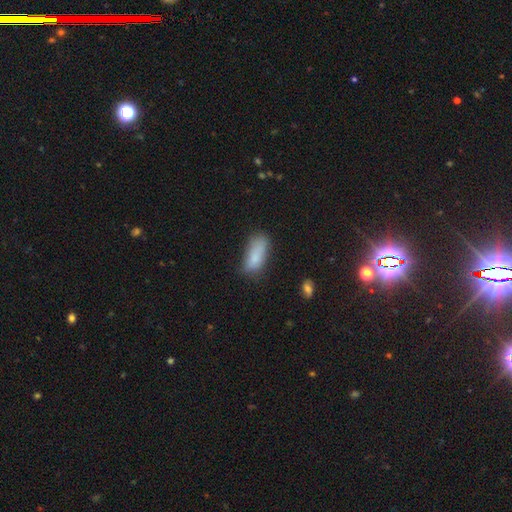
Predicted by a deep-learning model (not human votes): Smooth or featured? Predicted: smooth (p=0.82). How rounded? Predicted: in between (p=0.79). Merging? Predicted: none (p=0.56).